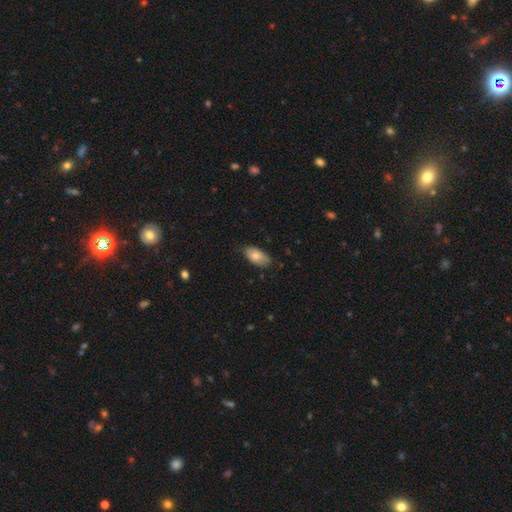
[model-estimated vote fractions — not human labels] A smooth galaxy with no disk features (78%) that is in between round and cigar-shaped (94%).

Vote fractions:
- Smooth or featured? smooth: 78% / featured or disk: 15% / star or artifact: 6%
- How rounded? in between: 94% / round: 3% / cigar-shaped: 3%
- Merging? none: 76% / minor disturbance: 20% / major disturbance: 3% / merger: 1%